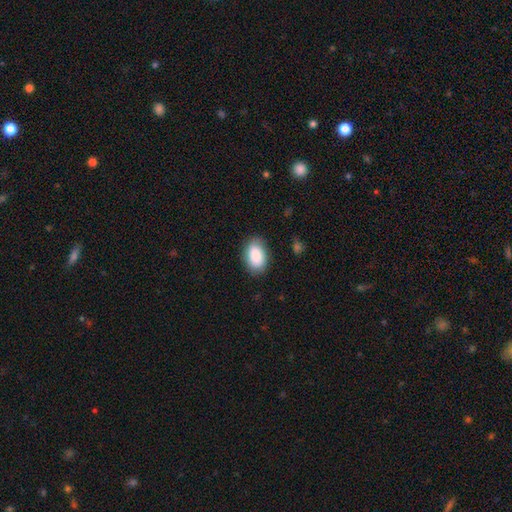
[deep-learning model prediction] Overall: smooth (88%). How rounded: in between (91%). Merging: none (84%).